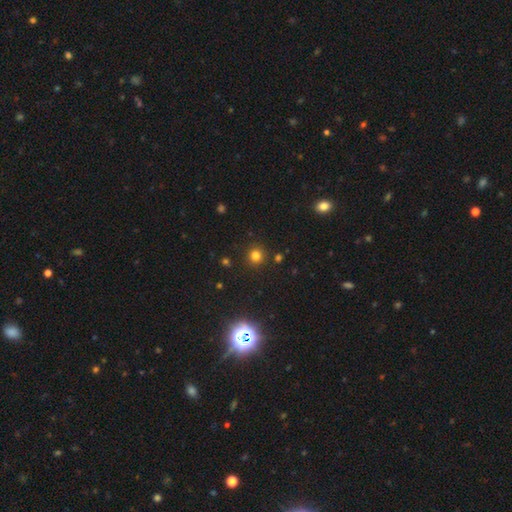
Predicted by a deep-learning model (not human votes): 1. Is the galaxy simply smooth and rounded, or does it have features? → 77% smooth, 18% star or artifact, 5% featured or disk.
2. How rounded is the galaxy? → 90% round, 9% in between, 1% cigar-shaped.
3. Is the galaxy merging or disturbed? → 88% none, 7% minor disturbance, 3% merger, 3% major disturbance.